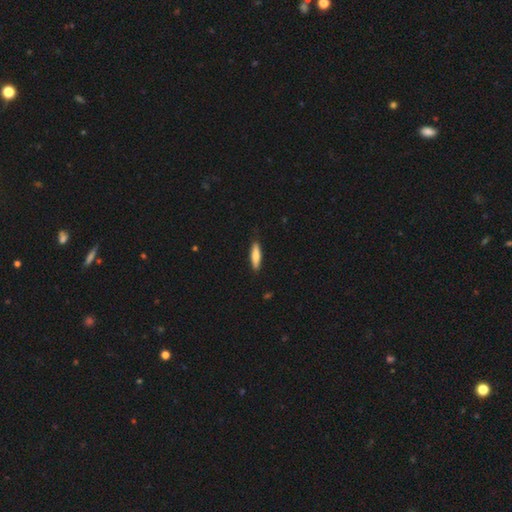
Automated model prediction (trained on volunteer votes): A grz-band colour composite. It shows a smooth galaxy with no disk features (76%) that is cigar-shaped (73%). Merging: none (88%).